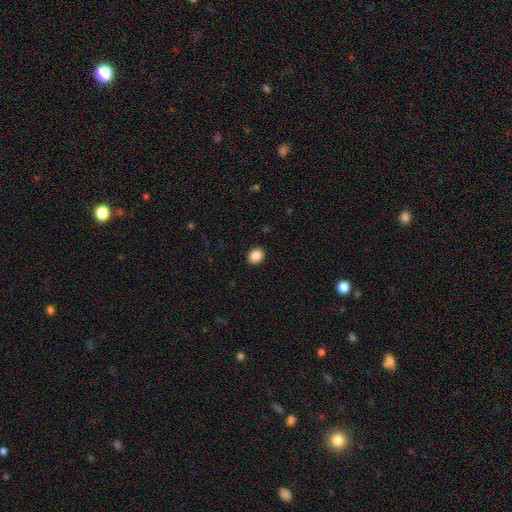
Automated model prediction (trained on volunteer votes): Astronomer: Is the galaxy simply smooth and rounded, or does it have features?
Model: smooth — 89%.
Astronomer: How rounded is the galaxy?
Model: round — 53% (runner-up: in between, 46%).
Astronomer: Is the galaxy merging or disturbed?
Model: none — 91%.